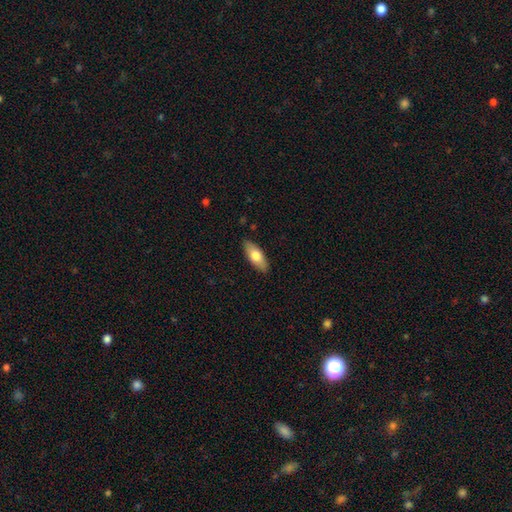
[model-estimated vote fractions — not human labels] This is likely a smooth galaxy (73%). How rounded: likely in between (78%). Merging: clearly none (87%).